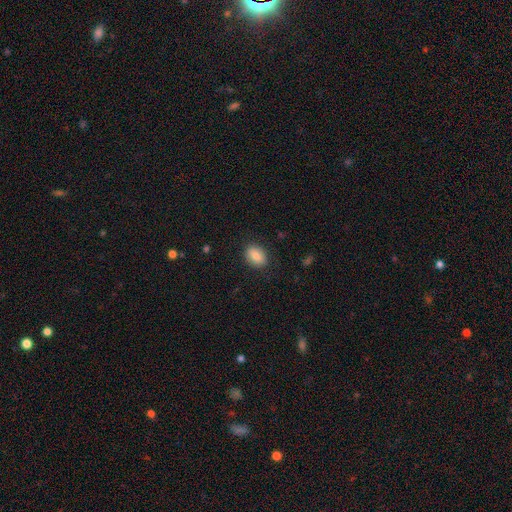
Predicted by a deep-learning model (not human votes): smooth 82%, featured or disk 10%, star or artifact 8%. Down the decision tree: how rounded — in between (69%); merging — none (87%).